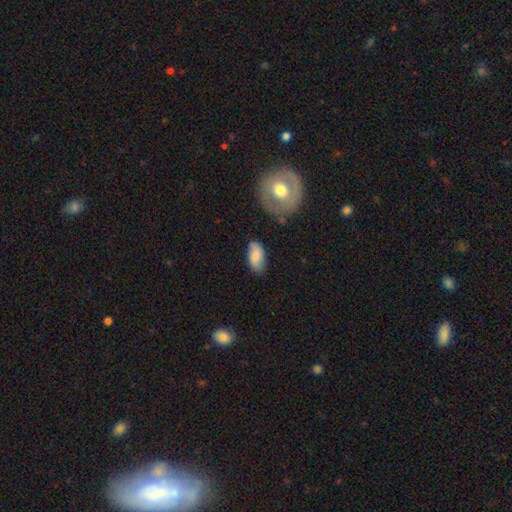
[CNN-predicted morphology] This is clearly a smooth galaxy (80%). How rounded: clearly in between (93%). Merging: likely none (75%).